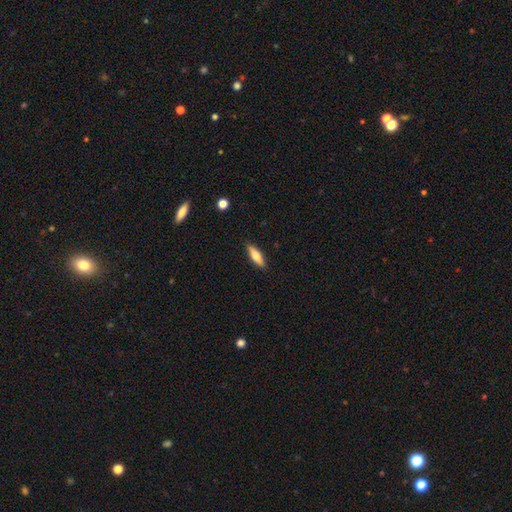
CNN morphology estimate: Smooth or featured: smooth — 63% (featured or disk — 30%)
How rounded: cigar-shaped — 58% (in between — 40%)
Merging: none — 88% (minor disturbance — 9%)